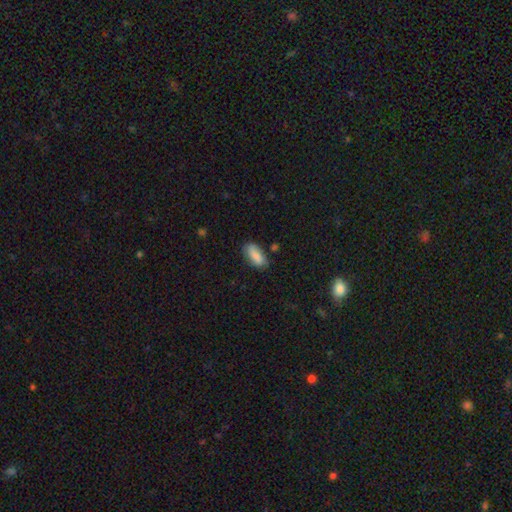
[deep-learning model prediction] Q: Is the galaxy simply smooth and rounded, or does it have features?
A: smooth — 86%.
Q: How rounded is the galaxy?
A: in between — 85%.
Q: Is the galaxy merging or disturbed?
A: none — 73%.